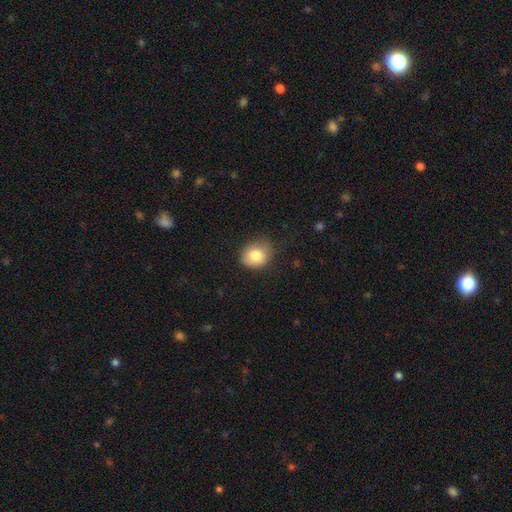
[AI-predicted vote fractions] The model was most divided on "how rounded": round: 61%, in between: 39%, cigar-shaped: 1%. More confident: smooth or featured — smooth (81%); merging — none (69%).